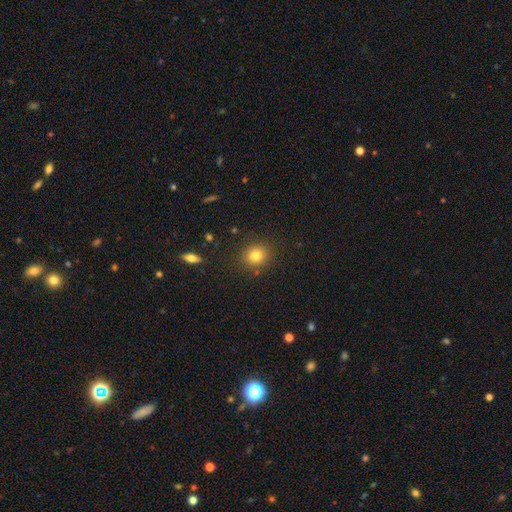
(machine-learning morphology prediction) Q: Smooth or featured?
A: smooth (81%); runner-up: star or artifact (12%)
Q: How rounded?
A: round (79%); runner-up: in between (20%)
Q: Merging?
A: none (87%); runner-up: minor disturbance (8%)